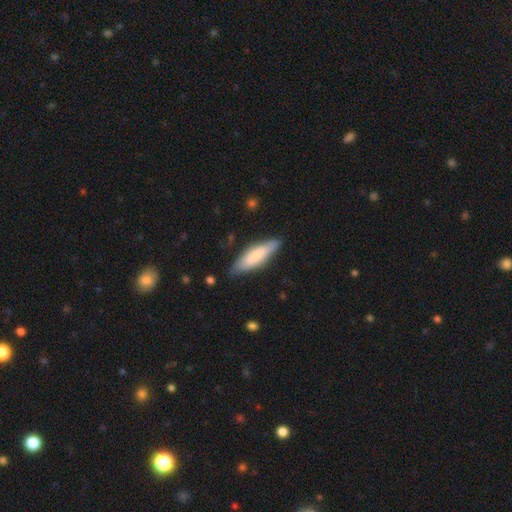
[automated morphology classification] Smooth or featured? Predicted: smooth (p=0.73). How rounded? Predicted: cigar-shaped (p=0.62). Merging? Predicted: none (p=0.81).